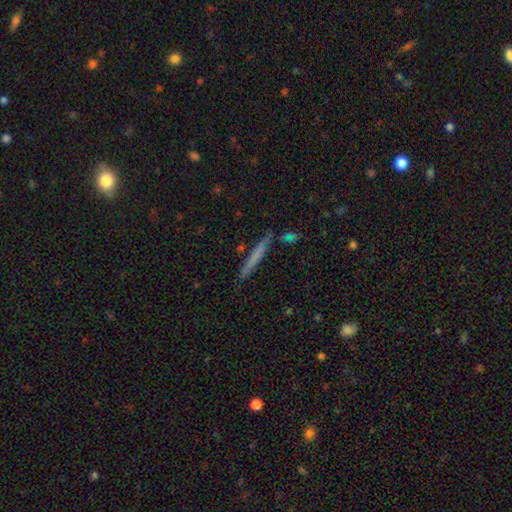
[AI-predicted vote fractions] smooth-or-featured: smooth: 55% | featured or disk: 37% | star or artifact: 8%
  how-rounded: cigar-shaped: 96% | in between: 3% | round: 2%
  merging: none: 85% | minor disturbance: 9% | merger: 4% | major disturbance: 2%